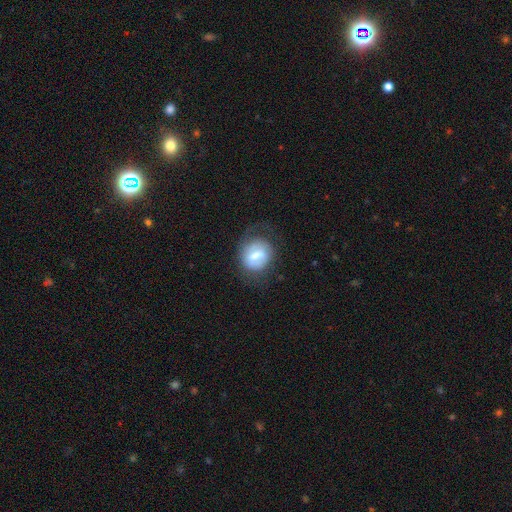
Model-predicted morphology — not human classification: A smooth galaxy with no disk features (54%) that is round (73%). Merging: none (56%).